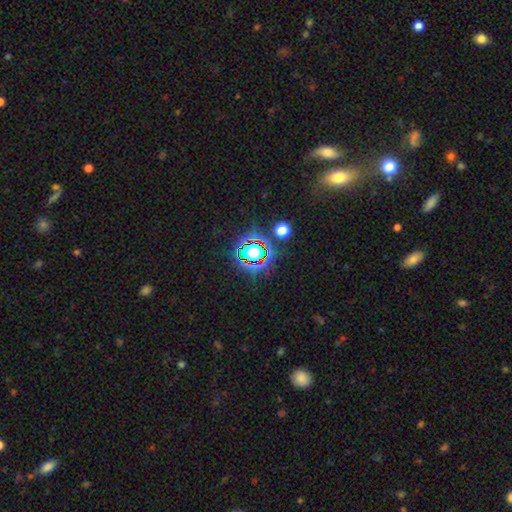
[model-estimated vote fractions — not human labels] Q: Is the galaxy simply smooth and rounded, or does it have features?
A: star or artifact — 73%.